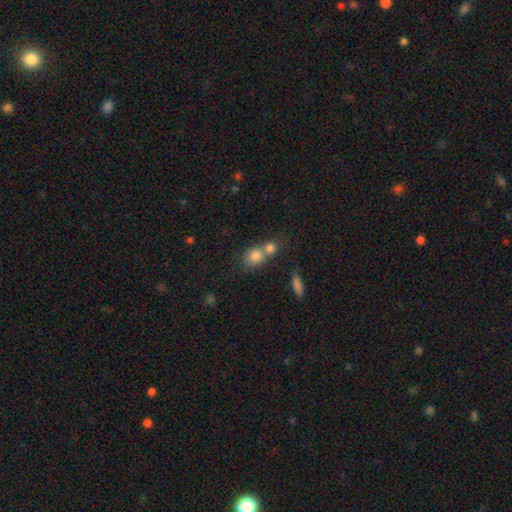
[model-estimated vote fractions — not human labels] Q: Smooth or featured?
A: smooth (80%); runner-up: star or artifact (10%)
Q: How rounded?
A: round (63%); runner-up: in between (35%)
Q: Merging?
A: merger (53%); runner-up: none (35%)